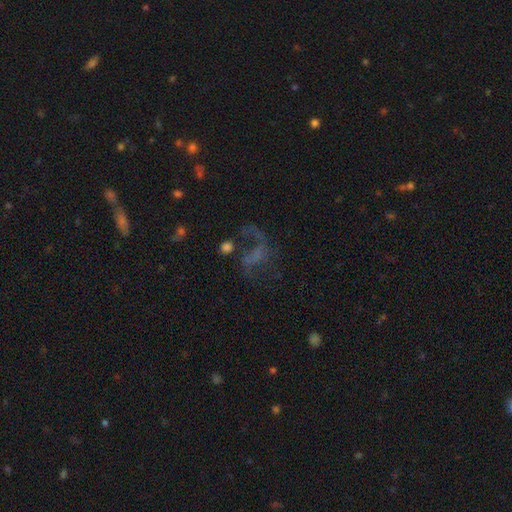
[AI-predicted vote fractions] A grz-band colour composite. It shows a featured or disk galaxy (54%) with no bar (60%), spiral arms (61%) and no central bulge (67%). Merging: major disturbance (41%).